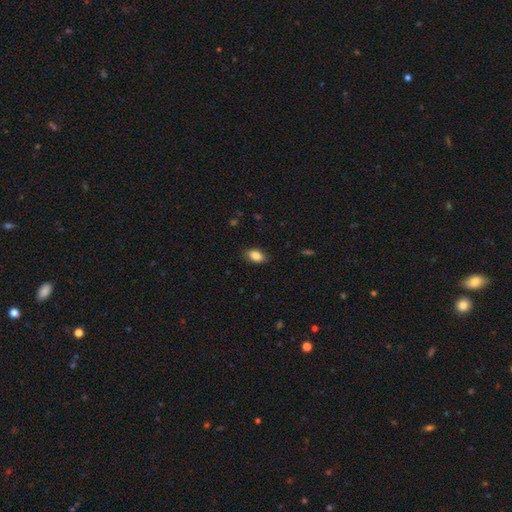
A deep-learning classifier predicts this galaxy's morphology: A smooth galaxy with no disk features (86%) that is in between round and cigar-shaped (89%).

Vote fractions:
- Smooth or featured? smooth: 86% / star or artifact: 8% / featured or disk: 6%
- How rounded? in between: 89% / round: 8% / cigar-shaped: 3%
- Merging? none: 85% / minor disturbance: 11% / major disturbance: 2% / merger: 1%